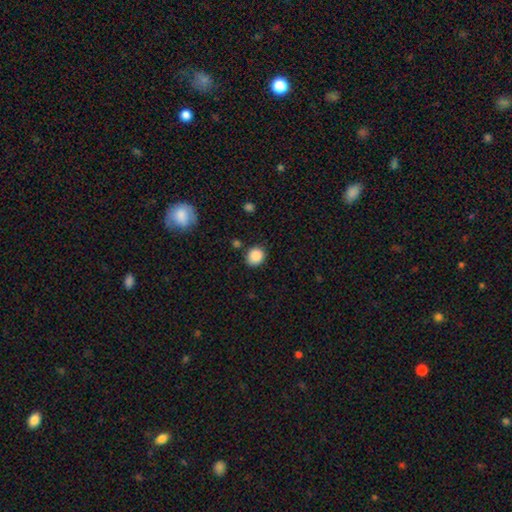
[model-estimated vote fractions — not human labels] This is clearly a smooth galaxy (87%). How rounded: likely round (72%). Merging: clearly none (81%).